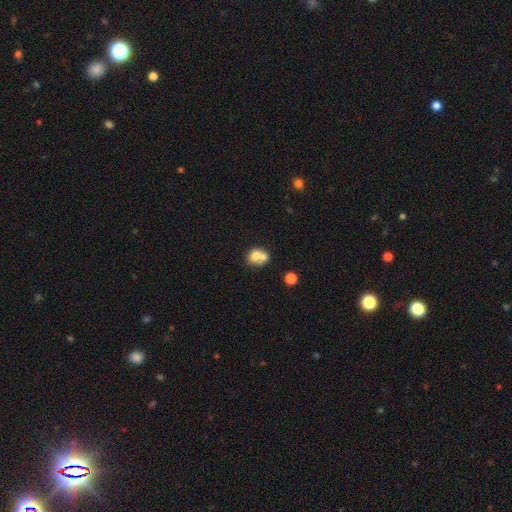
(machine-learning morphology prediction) Smooth or featured? Predicted: smooth (p=0.69). How rounded? Predicted: round (p=0.64). Merging? Predicted: merger (p=0.59).